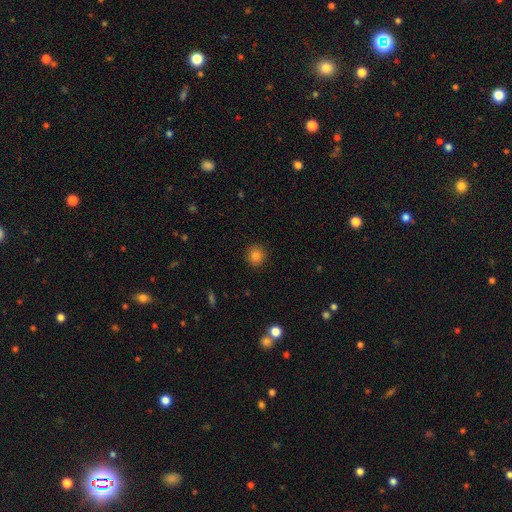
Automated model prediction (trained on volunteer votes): A smooth galaxy with no disk features (83%) that is round (93%).

Vote fractions:
- Smooth or featured? smooth: 83% / star or artifact: 11% / featured or disk: 5%
- How rounded? round: 93% / in between: 6% / cigar-shaped: 1%
- Merging? none: 91% / minor disturbance: 6% / major disturbance: 2% / merger: 1%